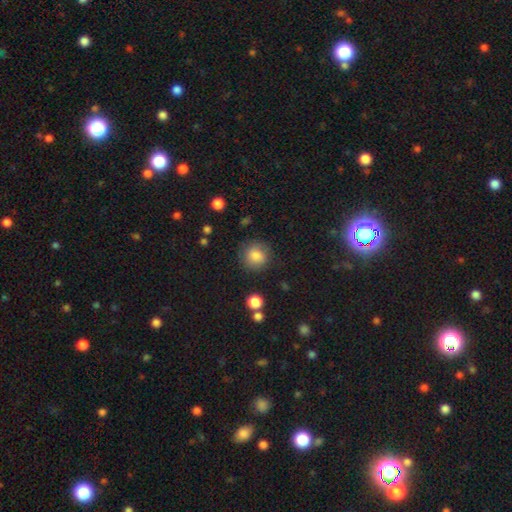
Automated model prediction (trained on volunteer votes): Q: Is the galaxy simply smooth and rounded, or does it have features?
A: smooth — 84%.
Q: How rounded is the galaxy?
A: round — 87%.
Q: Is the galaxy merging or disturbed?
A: none — 82%.